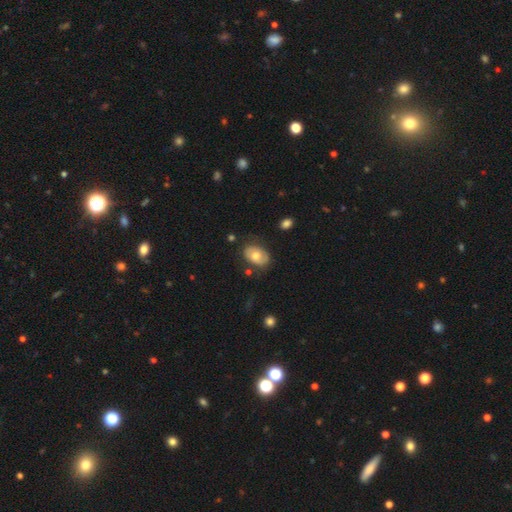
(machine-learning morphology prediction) Smooth or featured? Predicted: smooth (p=0.57). How rounded? Predicted: in between (p=0.83). Merging? Predicted: none (p=0.71).